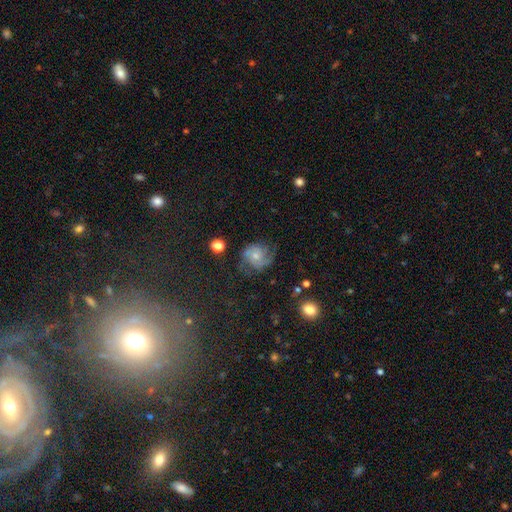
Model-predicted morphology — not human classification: Smooth or featured? featured or disk (61%)
Edge-on disk? no (98%)
Bar? no (74%)
Spiral arms? yes (89%)
Spiral winding? medium (43%)
Spiral arm count? 2 (50%)
Bulge size? small (53%)
Merging? none (57%)